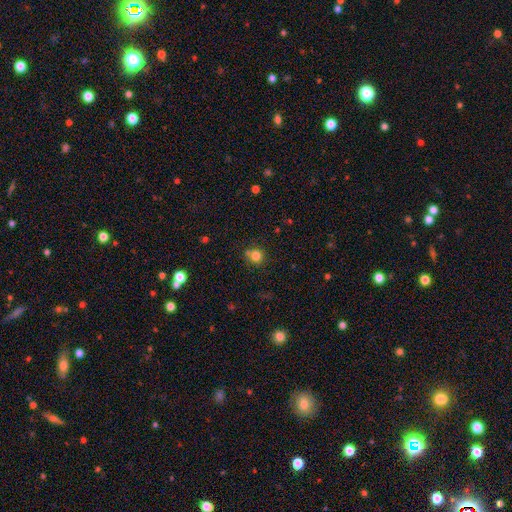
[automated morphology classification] Q: Smooth or featured?
A: smooth (81%); runner-up: star or artifact (13%)
Q: How rounded?
A: round (89%); runner-up: in between (10%)
Q: Merging?
A: none (72%); runner-up: minor disturbance (13%)